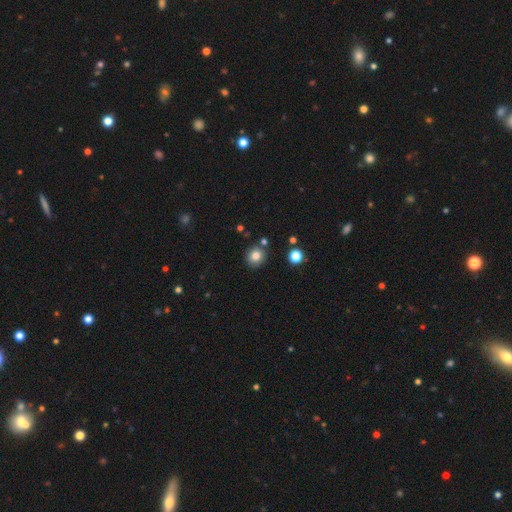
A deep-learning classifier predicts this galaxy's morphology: The model was most divided on "smooth or featured": smooth: 81%, star or artifact: 12%, featured or disk: 7%. More confident: how rounded — round (88%); merging — none (84%).